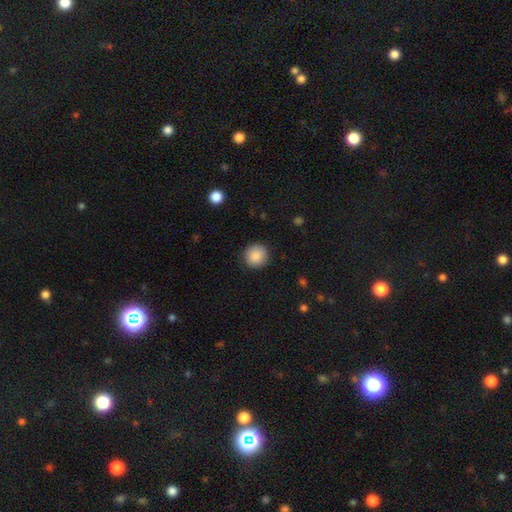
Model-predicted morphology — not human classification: Q: Smooth or featured?
A: smooth (88%); runner-up: star or artifact (8%)
Q: How rounded?
A: round (94%); runner-up: in between (5%)
Q: Merging?
A: none (91%); runner-up: minor disturbance (6%)